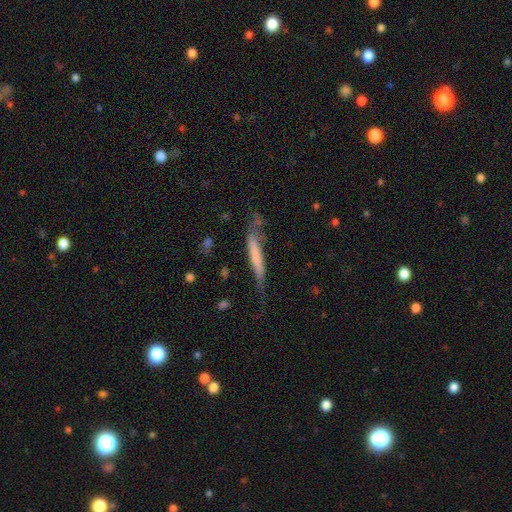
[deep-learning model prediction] smooth_or_featured: smooth (p=0.55) [alt: featured or disk p=0.39]
how_rounded: cigar-shaped (p=0.92) [alt: in between p=0.06]
merging: none (p=0.47) [alt: minor disturbance p=0.31]